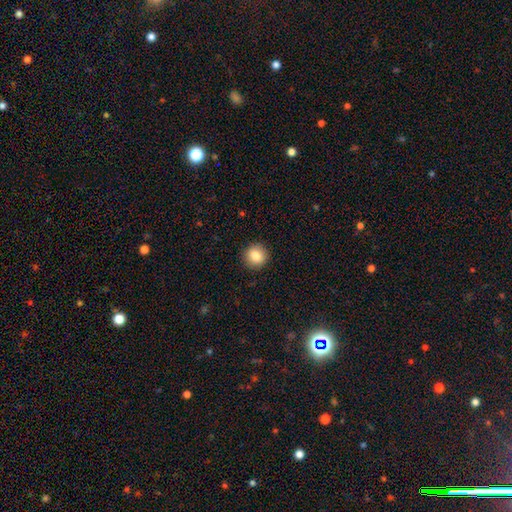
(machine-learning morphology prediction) smooth_or_featured: smooth (p=0.84) [alt: star or artifact p=0.09]
how_rounded: round (p=0.92) [alt: in between p=0.07]
merging: none (p=0.92) [alt: minor disturbance p=0.06]